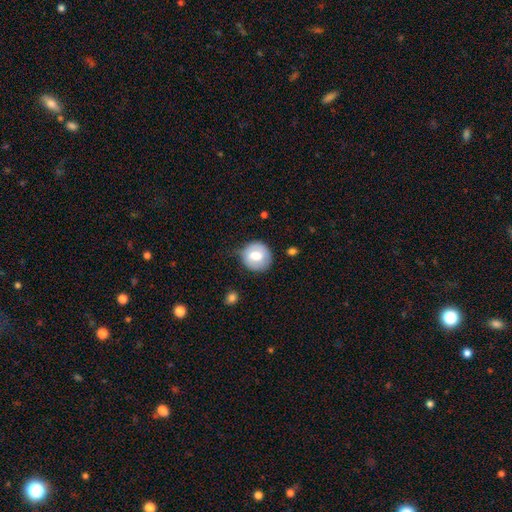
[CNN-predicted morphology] Smooth or featured: smooth — 67% (featured or disk — 26%)
How rounded: round — 89% (in between — 10%)
Merging: none — 72% (minor disturbance — 21%)